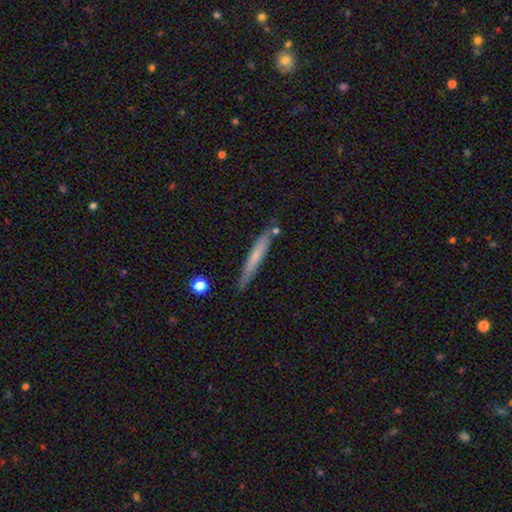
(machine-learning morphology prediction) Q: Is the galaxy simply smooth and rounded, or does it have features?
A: smooth — 59%.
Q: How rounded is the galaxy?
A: cigar-shaped — 95%.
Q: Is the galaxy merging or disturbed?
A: none — 80%.